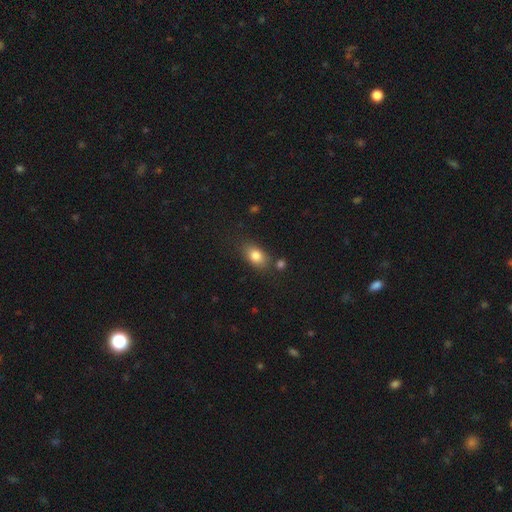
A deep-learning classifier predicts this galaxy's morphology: Smooth or featured? smooth (82%)
How rounded? in between (82%)
Merging? none (72%)